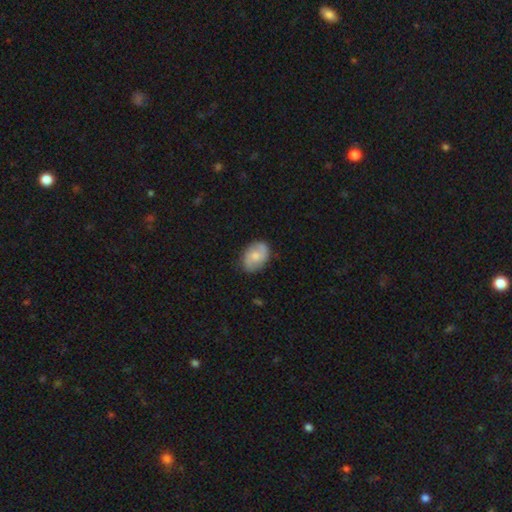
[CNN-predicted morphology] Smooth or featured: featured or disk — 48% (smooth — 45%)
Merging: none — 79% (minor disturbance — 16%)